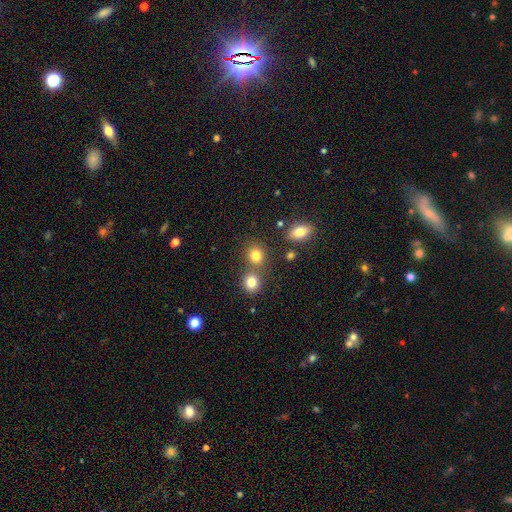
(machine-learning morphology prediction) A smooth galaxy with no disk features (79%) that is round (76%). Merging: none (67%).